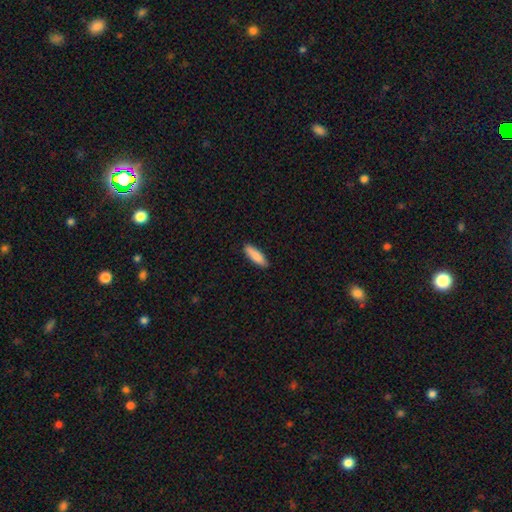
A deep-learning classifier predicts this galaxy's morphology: Smooth or featured? Predicted: smooth (p=0.88). How rounded? Predicted: cigar-shaped (p=0.58). Merging? Predicted: none (p=0.89).